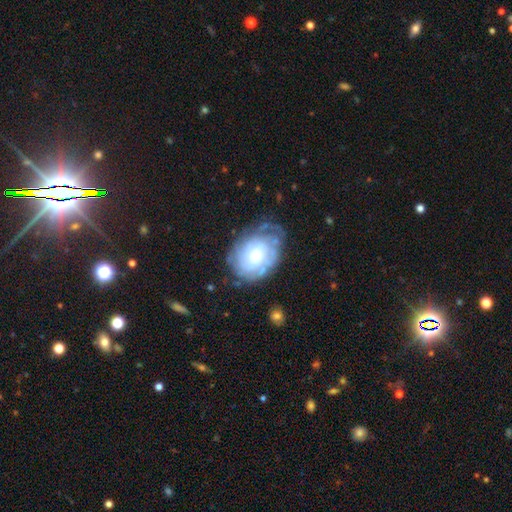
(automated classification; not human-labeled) Smooth or featured? Predicted: featured or disk (p=0.75). Edge-on disk? Predicted: no (p=0.97). Bar? Predicted: no (p=0.76). Spiral arms? Predicted: yes (p=0.86). Spiral winding? Predicted: tight (p=0.70). Spiral arm count? Predicted: can't tell (p=0.56). Bulge size? Predicted: moderate (p=0.53). Merging? Predicted: none (p=0.60).